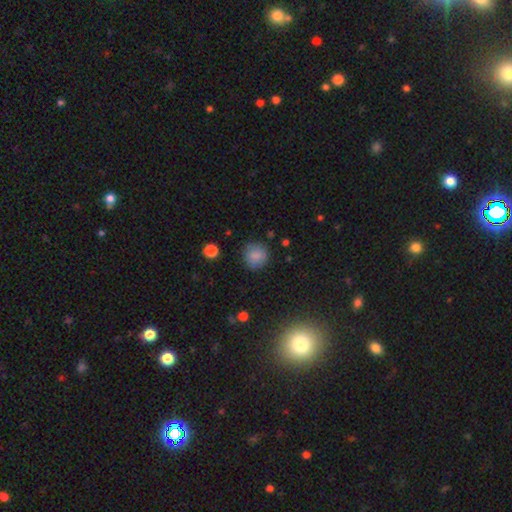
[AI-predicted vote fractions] This appears to be a smooth galaxy with no disk features (84%) that is round (92%). Merging: none (84%).